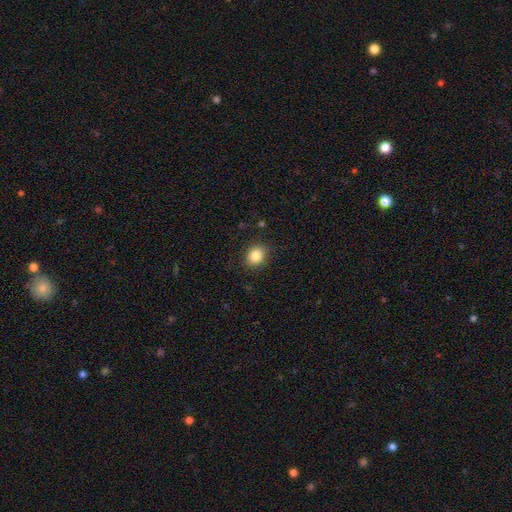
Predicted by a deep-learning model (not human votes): Smooth or featured? smooth (85%)
How rounded? round (68%)
Merging? none (88%)